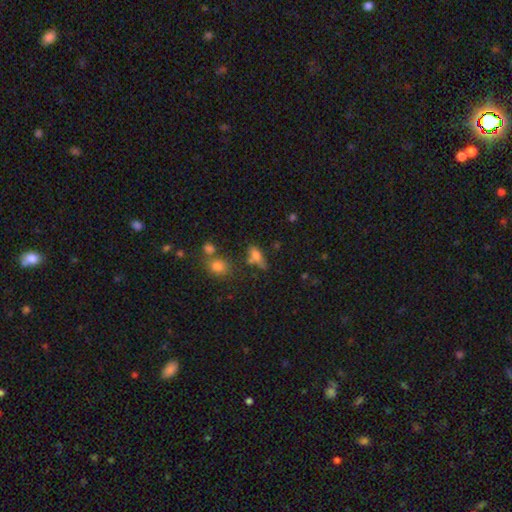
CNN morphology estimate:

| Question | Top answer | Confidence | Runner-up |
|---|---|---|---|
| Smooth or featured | smooth | 71% | featured or disk (16%) |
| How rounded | in between | 74% | cigar-shaped (16%) |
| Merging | none | 46% | minor disturbance (24%) |